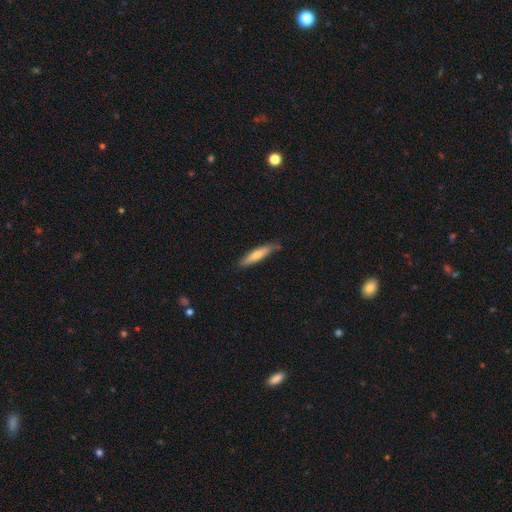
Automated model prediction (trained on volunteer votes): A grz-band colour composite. It shows a smooth galaxy with no disk features (68%) that is cigar-shaped (86%). Merging: none (79%).